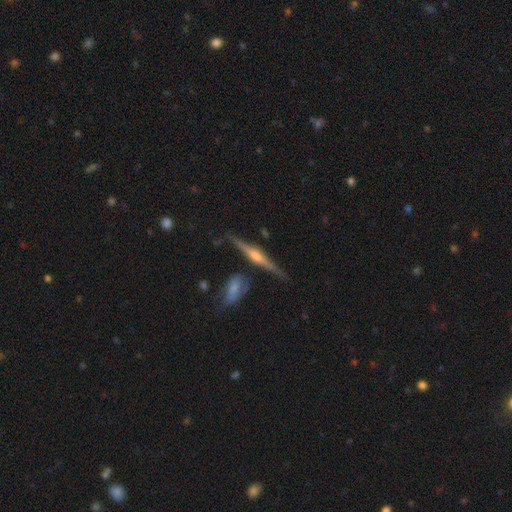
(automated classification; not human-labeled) This appears to be a featured or disk galaxy (84%) viewed edge-on (98%) with a rounded central bulge (87%). Merging: none (82%).